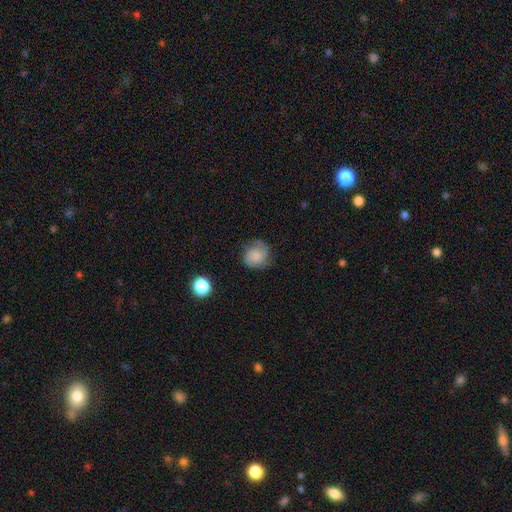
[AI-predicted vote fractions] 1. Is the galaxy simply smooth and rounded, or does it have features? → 60% smooth, 30% featured or disk, 10% star or artifact.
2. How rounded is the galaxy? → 82% round, 17% in between, 1% cigar-shaped.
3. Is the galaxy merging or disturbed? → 67% none, 22% minor disturbance, 10% major disturbance, 2% merger.